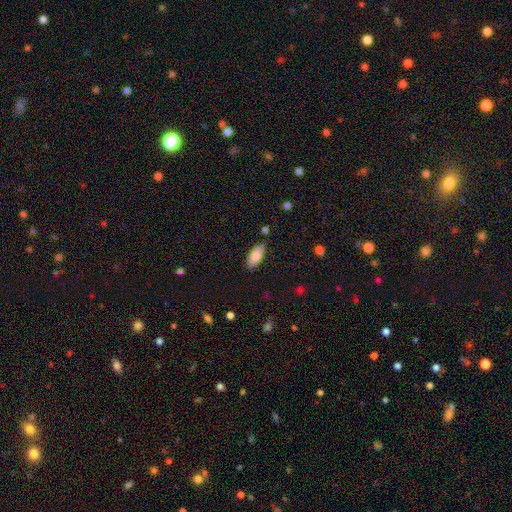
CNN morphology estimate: Smooth or featured?
  - smooth: 79% *
  - featured or disk: 15%
  - star or artifact: 7%
How rounded?
  - in between: 91% *
  - cigar-shaped: 7%
  - round: 2%
Merging?
  - none: 85% *
  - minor disturbance: 11%
  - major disturbance: 2%
  - merger: 2%